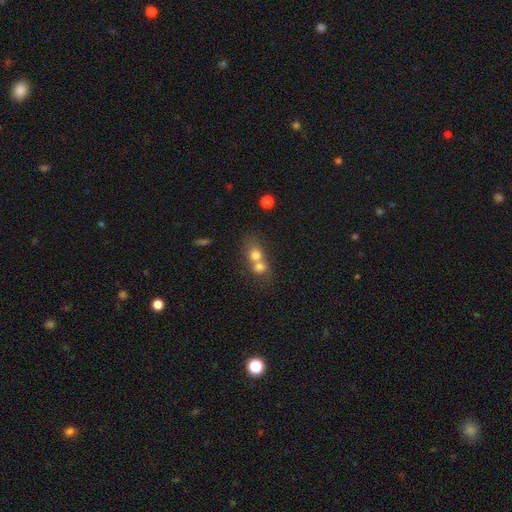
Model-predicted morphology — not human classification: Smooth or featured: smooth — 71% (featured or disk — 17%)
How rounded: round — 64% (in between — 34%)
Merging: merger — 70% (none — 21%)